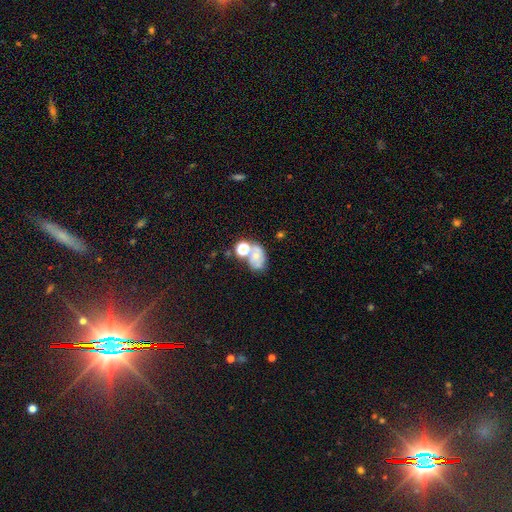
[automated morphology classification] Smooth or featured: smooth — 51% (featured or disk — 33%)
How rounded: in between — 68% (round — 31%)
Merging: merger — 39% (none — 33%)